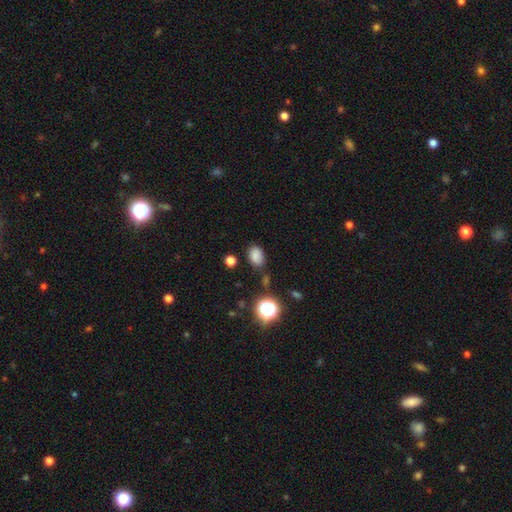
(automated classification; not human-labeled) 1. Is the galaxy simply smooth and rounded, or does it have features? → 79% smooth, 16% star or artifact, 6% featured or disk.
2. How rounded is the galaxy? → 79% in between, 19% round, 1% cigar-shaped.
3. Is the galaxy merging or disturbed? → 73% none, 17% minor disturbance, 5% merger, 4% major disturbance.